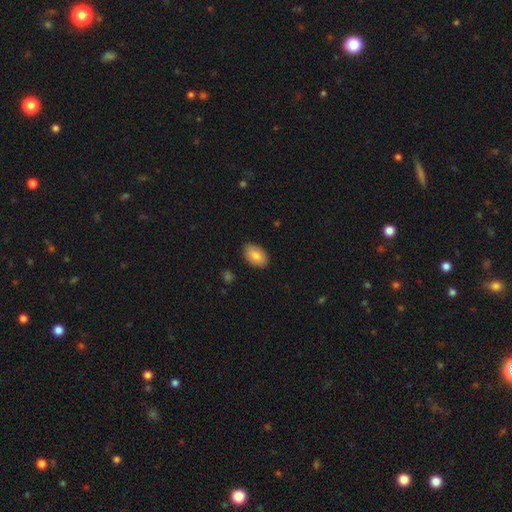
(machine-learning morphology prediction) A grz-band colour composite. It shows a smooth galaxy with no disk features (83%) that is in between round and cigar-shaped (90%). Merging: none (86%).